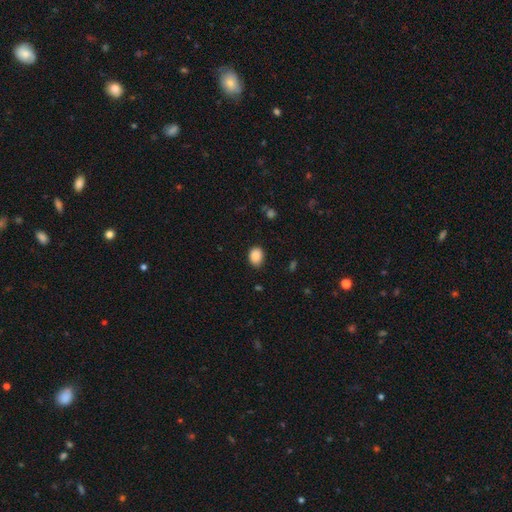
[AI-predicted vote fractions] Q: Smooth or featured?
A: smooth (89%); runner-up: star or artifact (8%)
Q: How rounded?
A: in between (62%); runner-up: round (37%)
Q: Merging?
A: none (80%); runner-up: minor disturbance (15%)